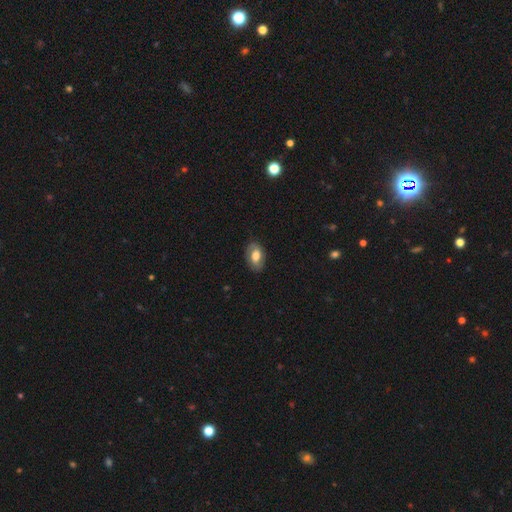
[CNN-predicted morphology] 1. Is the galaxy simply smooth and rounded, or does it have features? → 61% smooth, 32% featured or disk, 7% star or artifact.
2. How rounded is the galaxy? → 88% in between, 11% round, 1% cigar-shaped.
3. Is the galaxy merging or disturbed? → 80% none, 15% minor disturbance, 4% major disturbance, 1% merger.